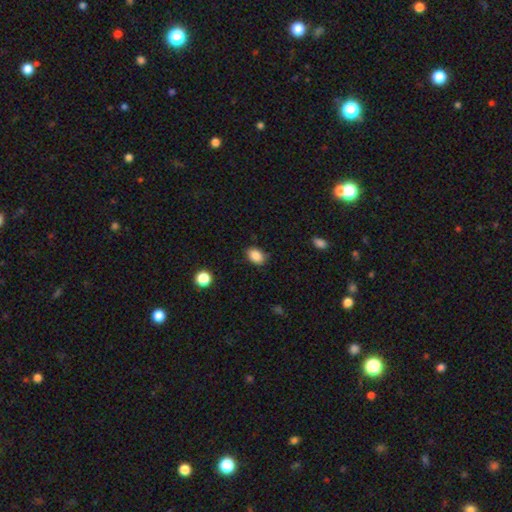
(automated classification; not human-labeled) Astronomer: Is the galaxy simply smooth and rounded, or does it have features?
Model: smooth — 87%.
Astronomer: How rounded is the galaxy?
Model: in between — 78%.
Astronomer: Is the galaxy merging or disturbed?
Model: none — 83%.